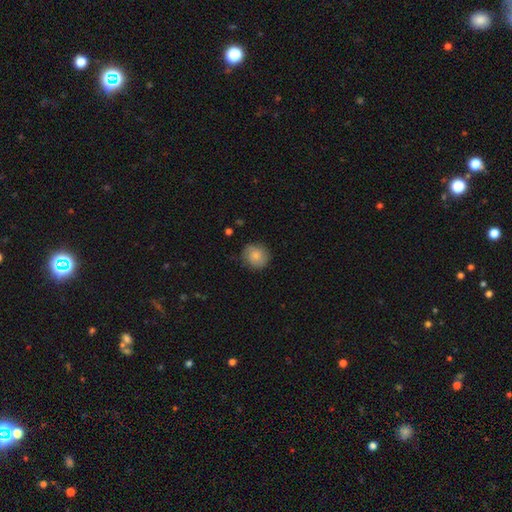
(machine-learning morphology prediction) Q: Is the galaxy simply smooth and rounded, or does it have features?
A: smooth — 75%.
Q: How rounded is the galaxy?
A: round — 86%.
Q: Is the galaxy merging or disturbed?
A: none — 77%.